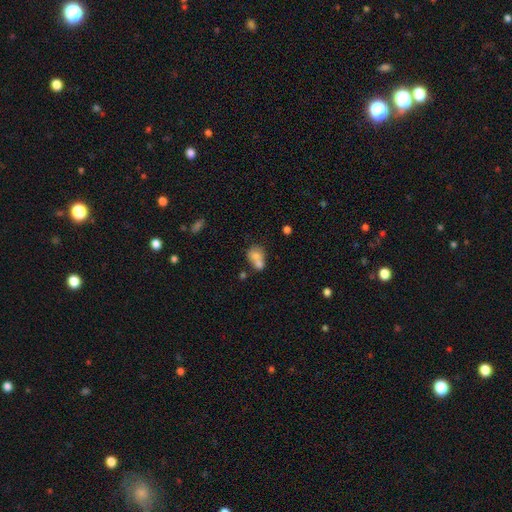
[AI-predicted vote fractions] Smooth or featured: smooth — 72% (featured or disk — 18%)
How rounded: in between — 55% (round — 44%)
Merging: merger — 62% (none — 24%)